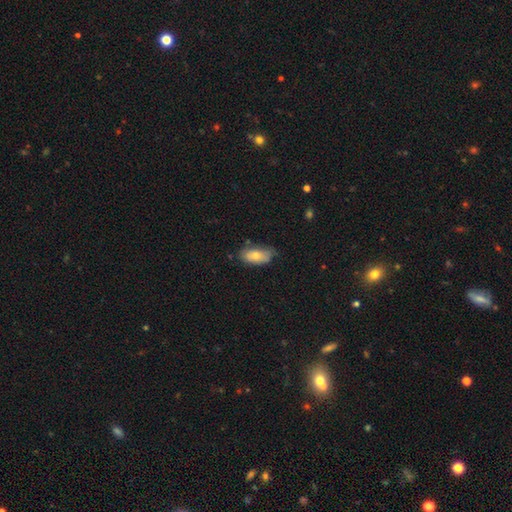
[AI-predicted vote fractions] A smooth galaxy with no disk features (73%) that is in between round and cigar-shaped (90%).

Vote fractions:
- Smooth or featured? smooth: 73% / featured or disk: 20% / star or artifact: 7%
- How rounded? in between: 90% / cigar-shaped: 7% / round: 3%
- Merging? none: 63% / minor disturbance: 29% / major disturbance: 5% / merger: 3%